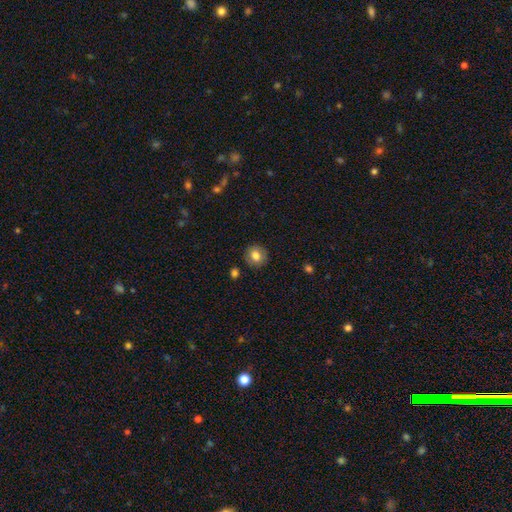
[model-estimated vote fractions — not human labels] smooth_or_featured: smooth (p=0.76) [alt: featured or disk p=0.15]
how_rounded: round (p=0.83) [alt: in between p=0.16]
merging: none (p=0.86) [alt: minor disturbance p=0.09]